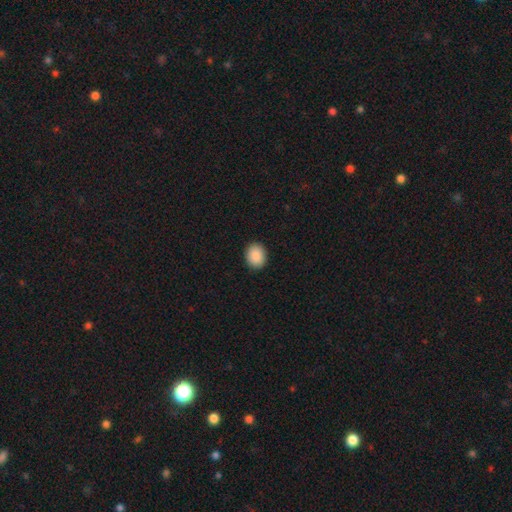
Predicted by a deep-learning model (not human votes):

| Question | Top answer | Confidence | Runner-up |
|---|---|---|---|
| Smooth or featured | smooth | 90% | star or artifact (7%) |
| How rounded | in between | 52% | round (47%) |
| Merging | none | 91% | minor disturbance (6%) |